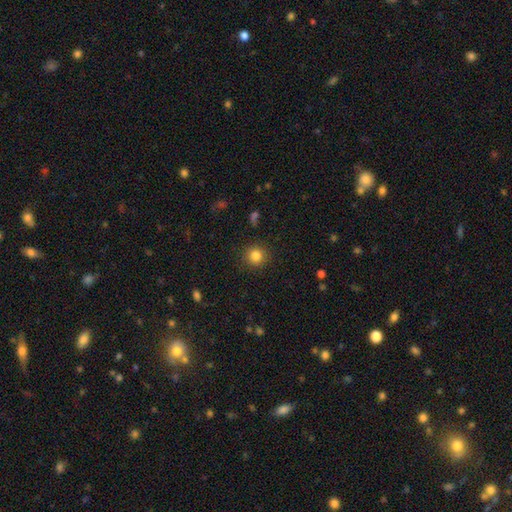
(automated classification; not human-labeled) The model was most divided on "smooth or featured": smooth: 84%, star or artifact: 11%, featured or disk: 5%. More confident: how rounded — round (92%); merging — none (90%).